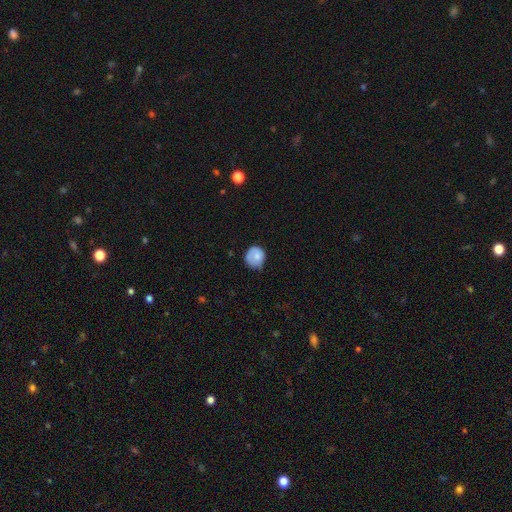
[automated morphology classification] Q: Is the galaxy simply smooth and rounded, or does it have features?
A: smooth — 75%.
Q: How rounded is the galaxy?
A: round — 77%.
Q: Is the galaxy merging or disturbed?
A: none — 54%.